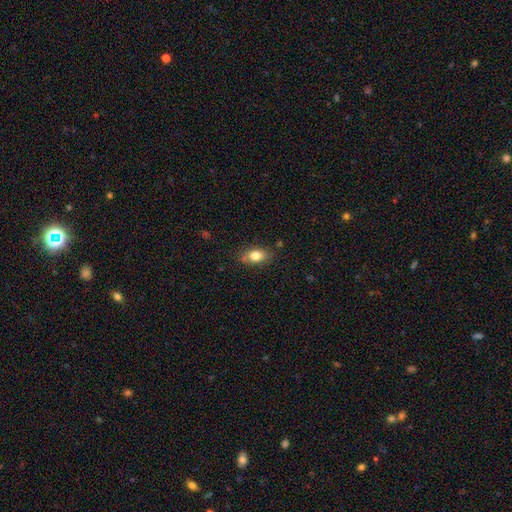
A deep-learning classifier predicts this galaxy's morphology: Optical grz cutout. It shows a smooth galaxy with no disk features (79%) that is in between round and cigar-shaped (80%). Merging: none (77%).